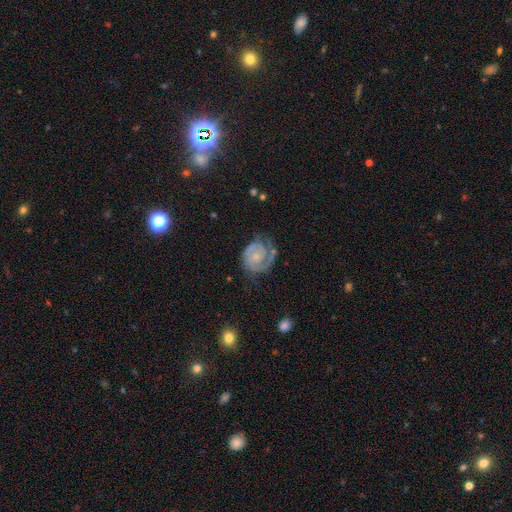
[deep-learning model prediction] Overall: featured or disk (84%). Edge-on disk: no (98%). Bar: no (69%). Spiral arms: yes (96%). Spiral arm count: 2 (64%). Spiral winding: tight (63%; medium 30%). Bulge size: small (60%; moderate 22%). Merging: none (62%).